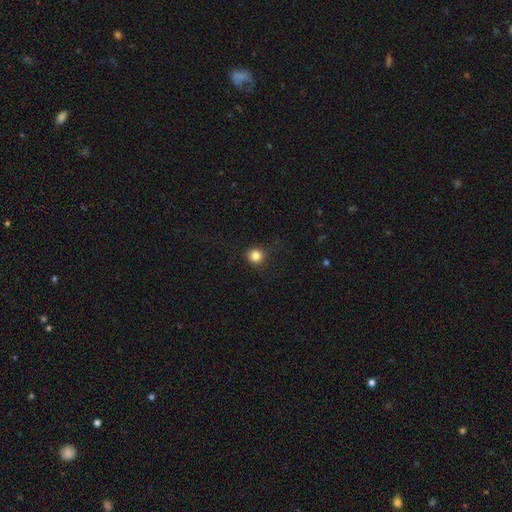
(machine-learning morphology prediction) Overall: smooth (84%). How rounded: round (92%). Merging: none (88%).